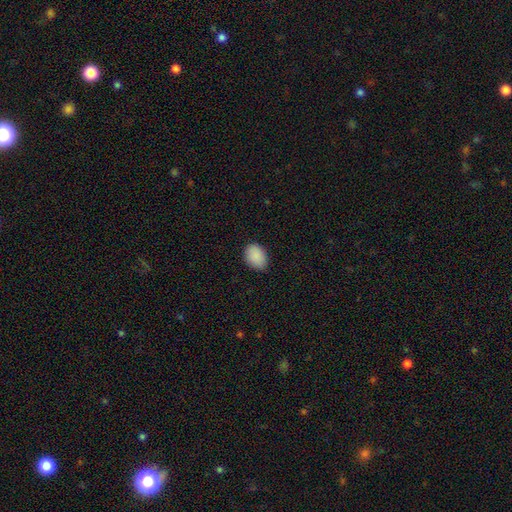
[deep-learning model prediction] smooth 90%, star or artifact 7%, featured or disk 3%. Down the decision tree: how rounded — in between (81%); merging — none (84%).